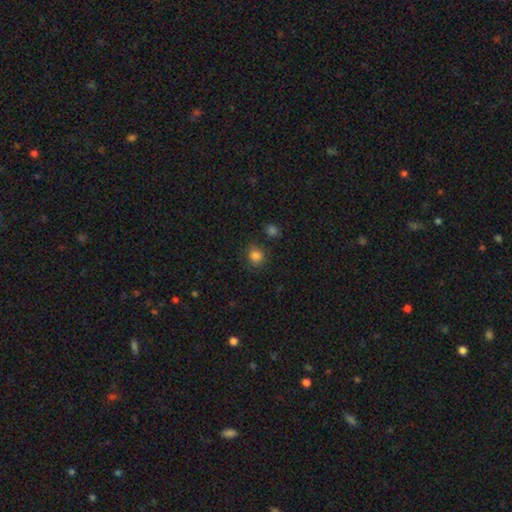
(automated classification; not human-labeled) The model was most divided on "how rounded": round: 82%, in between: 17%, cigar-shaped: 1%. More confident: smooth or featured — smooth (83%); merging — none (80%).